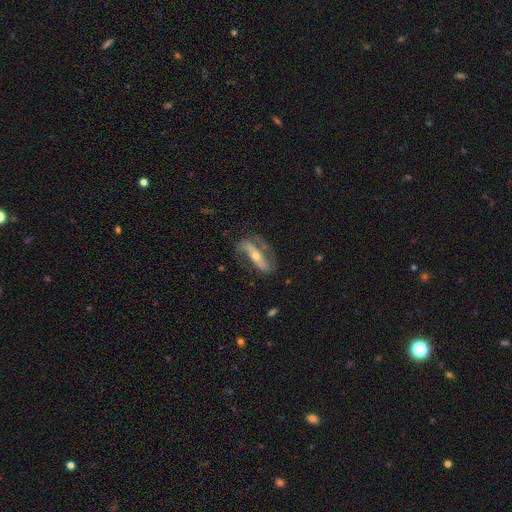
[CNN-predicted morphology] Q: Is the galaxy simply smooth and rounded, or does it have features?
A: featured or disk — 79%.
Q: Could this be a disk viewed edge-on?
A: no — 77%.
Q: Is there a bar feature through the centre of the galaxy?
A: strong — 56%.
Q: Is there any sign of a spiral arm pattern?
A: yes — 85%.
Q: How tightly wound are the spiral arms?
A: loose — 47%.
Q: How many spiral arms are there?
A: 2 — 86%.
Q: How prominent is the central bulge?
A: small — 52%.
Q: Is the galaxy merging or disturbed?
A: none — 64%.